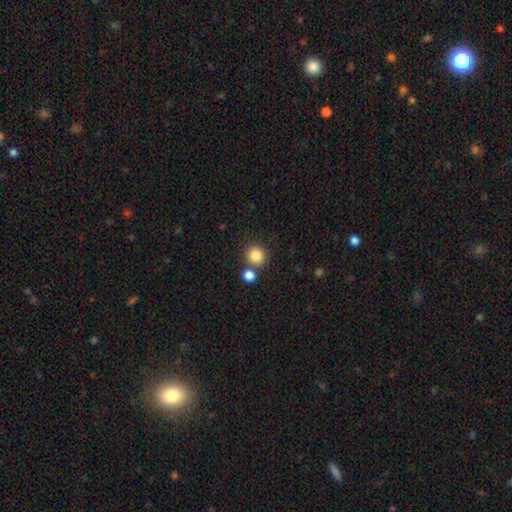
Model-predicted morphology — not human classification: Smooth or featured? Predicted: smooth (p=0.84). How rounded? Predicted: round (p=0.92). Merging? Predicted: none (p=0.76).